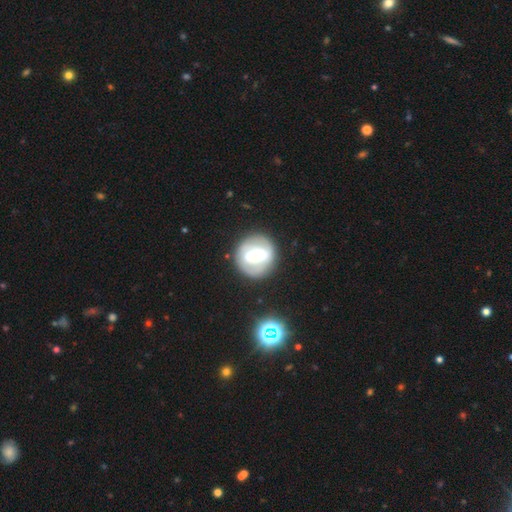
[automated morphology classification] Smooth or featured?
  - featured or disk: 57% *
  - smooth: 36%
  - star or artifact: 7%
Edge-on disk?
  - no: 94% *
  - yes: 6%
Bar?
  - strong: 47% *
  - weak: 34%
  - no: 19%
Spiral arms?
  - no: 56% *
  - yes: 44%
Bulge size?
  - moderate: 52% *
  - small: 33%
  - large: 11%
  - dominant: 2%
  - none: 2%
Merging?
  - none: 83% *
  - minor disturbance: 10%
  - major disturbance: 5%
  - merger: 2%